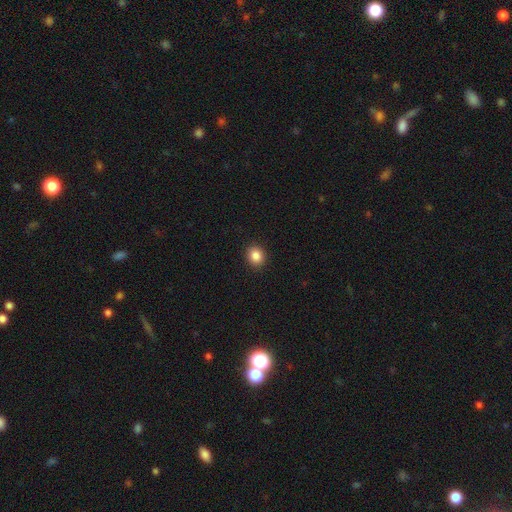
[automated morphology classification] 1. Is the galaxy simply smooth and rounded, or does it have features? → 86% smooth, 10% star or artifact, 4% featured or disk.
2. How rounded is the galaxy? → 76% round, 23% in between, 1% cigar-shaped.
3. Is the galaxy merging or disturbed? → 92% none, 6% minor disturbance, 2% major disturbance, 1% merger.